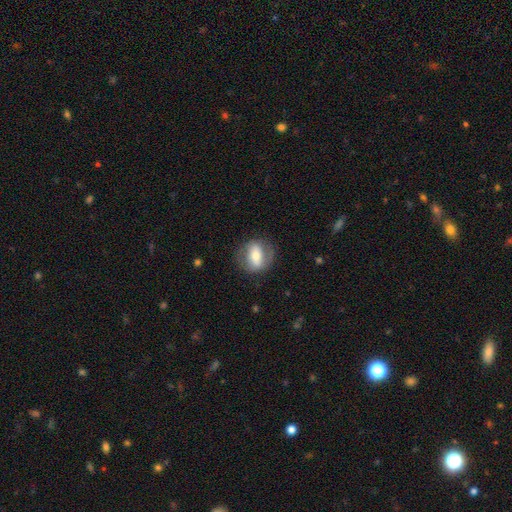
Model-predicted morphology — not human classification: Overall: featured or disk (50%; smooth 43%). Edge-on disk: no (88%). Merging: none (76%).